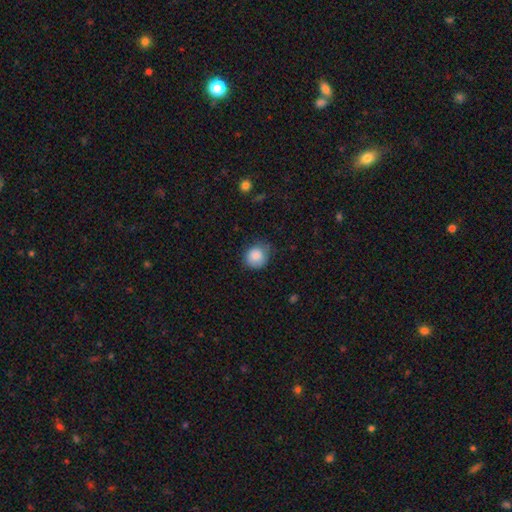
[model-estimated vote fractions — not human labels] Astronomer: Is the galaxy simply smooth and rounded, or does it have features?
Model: smooth — 87%.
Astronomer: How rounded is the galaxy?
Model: round — 80%.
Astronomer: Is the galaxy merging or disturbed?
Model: none — 64%.